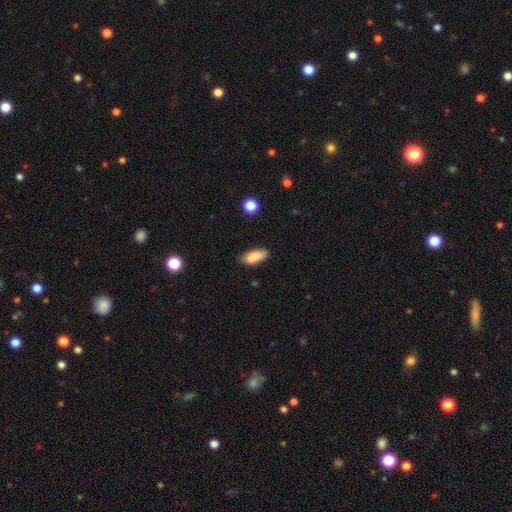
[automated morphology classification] Q: Smooth or featured?
A: smooth (86%); runner-up: star or artifact (8%)
Q: How rounded?
A: in between (83%); runner-up: cigar-shaped (15%)
Q: Merging?
A: none (76%); runner-up: minor disturbance (18%)